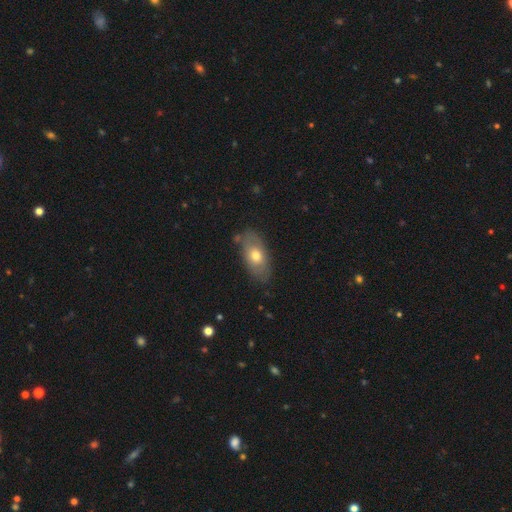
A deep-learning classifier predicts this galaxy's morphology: type=smooth (60%); roundness=in between (90%); merging=none (72%).